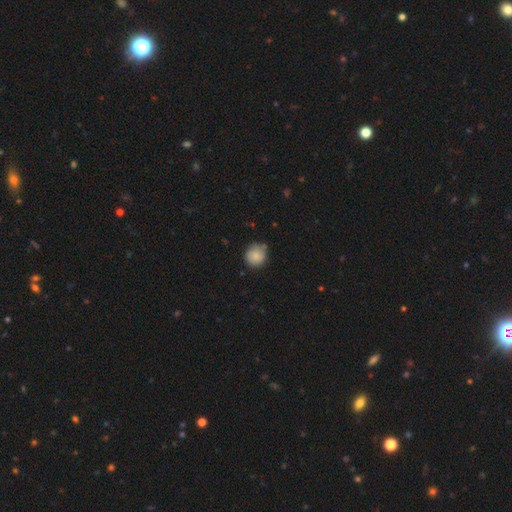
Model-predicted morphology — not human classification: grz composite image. It shows a smooth galaxy with no disk features (84%) that is round (89%). Merging: none (73%).